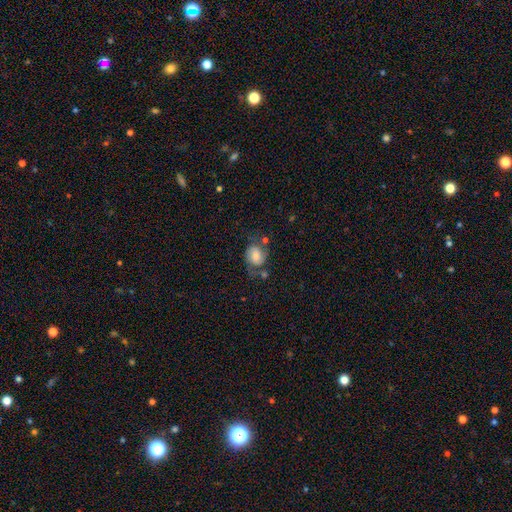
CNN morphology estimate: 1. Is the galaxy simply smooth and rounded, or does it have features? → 47% smooth, 43% featured or disk, 10% star or artifact.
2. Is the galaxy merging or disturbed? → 47% none, 26% minor disturbance, 18% major disturbance, 10% merger.